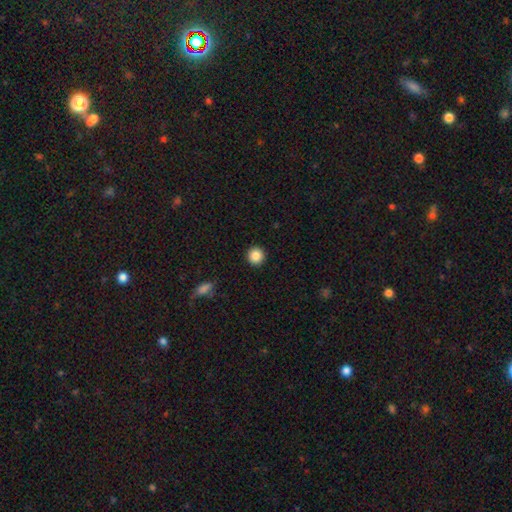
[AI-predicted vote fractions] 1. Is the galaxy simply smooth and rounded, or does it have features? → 87% smooth, 9% star or artifact, 4% featured or disk.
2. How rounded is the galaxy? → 95% round, 4% in between, 1% cigar-shaped.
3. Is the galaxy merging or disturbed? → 93% none, 4% minor disturbance, 2% major disturbance, 1% merger.